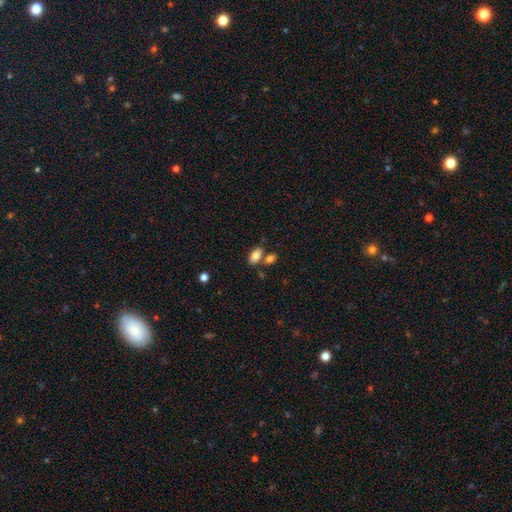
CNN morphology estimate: The model was most divided on "merging": none: 64%, merger: 22%, minor disturbance: 11%, major disturbance: 3%. More confident: how rounded — in between (92%); smooth or featured — smooth (82%).